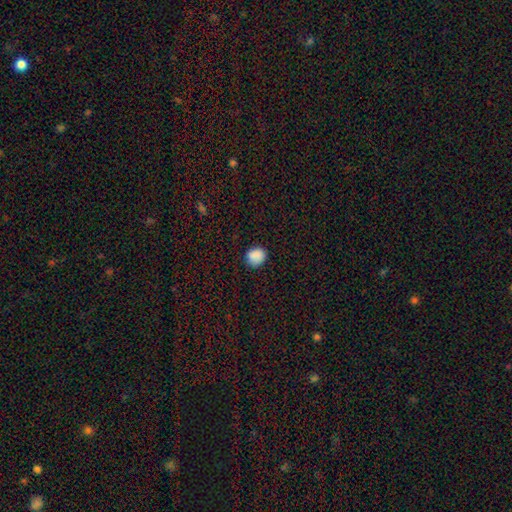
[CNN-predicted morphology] smooth_or_featured: smooth (p=0.87) [alt: star or artifact p=0.10]
how_rounded: round (p=0.73) [alt: in between p=0.26]
merging: none (p=0.83) [alt: minor disturbance p=0.13]